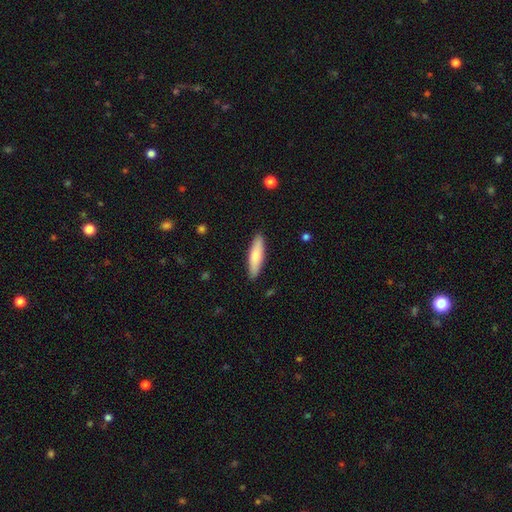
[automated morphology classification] Smooth or featured? smooth (76%)
How rounded? cigar-shaped (67%)
Merging? none (89%)